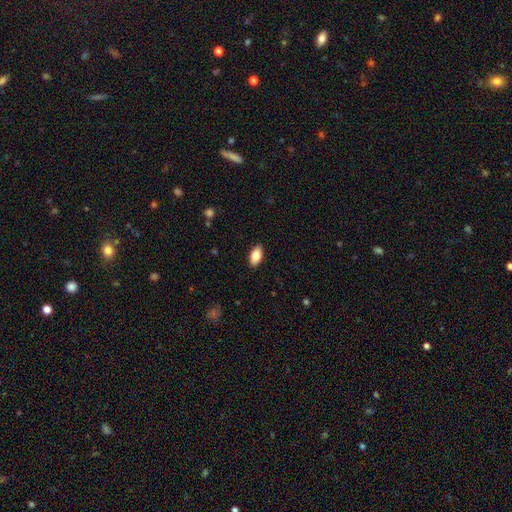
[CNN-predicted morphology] Overall: smooth (80%). How rounded: in between (92%). Merging: none (90%).